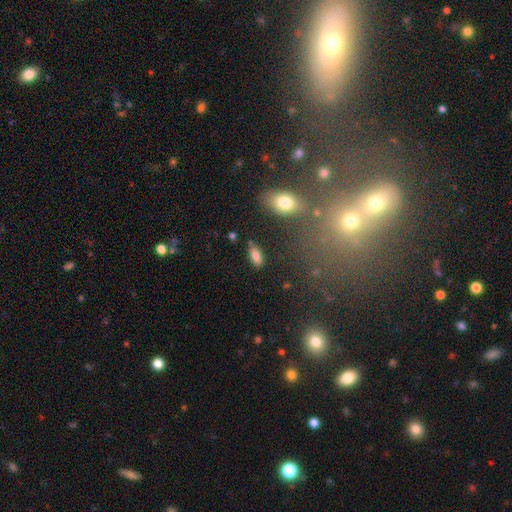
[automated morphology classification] Smooth or featured? smooth (82%)
How rounded? in between (88%)
Merging? none (79%)